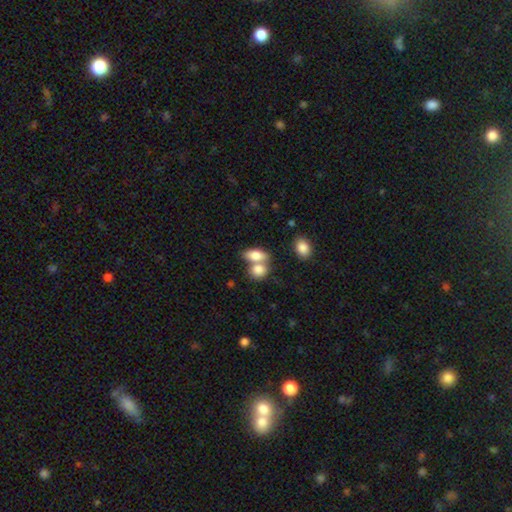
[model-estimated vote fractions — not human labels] A smooth galaxy with no disk features (81%) that is in between round and cigar-shaped (82%). Merging: merger (54%).